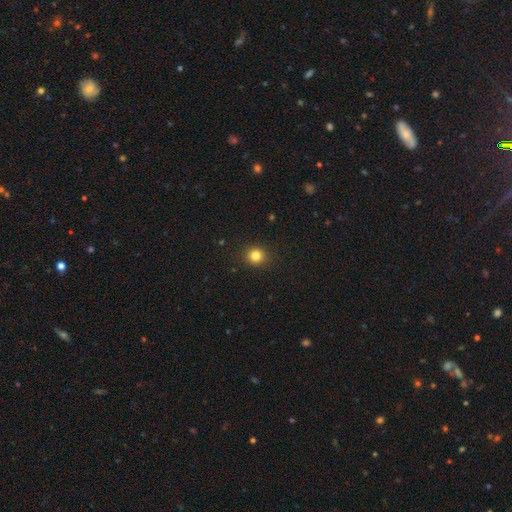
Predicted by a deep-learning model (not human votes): A smooth galaxy with no disk features (83%) that is round (90%).

Vote fractions:
- Smooth or featured? smooth: 83% / star or artifact: 13% / featured or disk: 5%
- How rounded? round: 90% / in between: 9% / cigar-shaped: 1%
- Merging? none: 91% / minor disturbance: 6% / major disturbance: 2% / merger: 1%